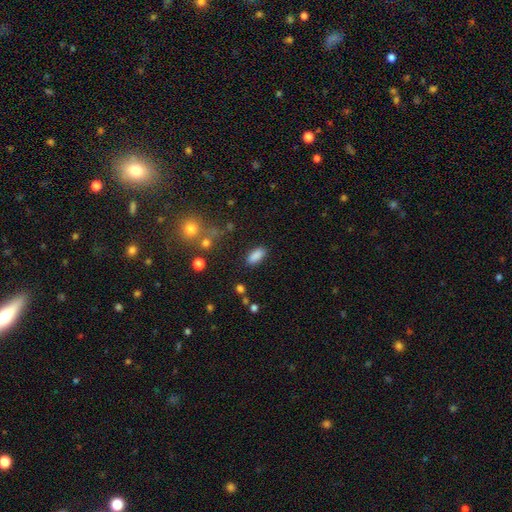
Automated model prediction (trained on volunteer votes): This appears to be a smooth galaxy with no disk features (87%) that is in between round and cigar-shaped (87%). Merging: none (85%).